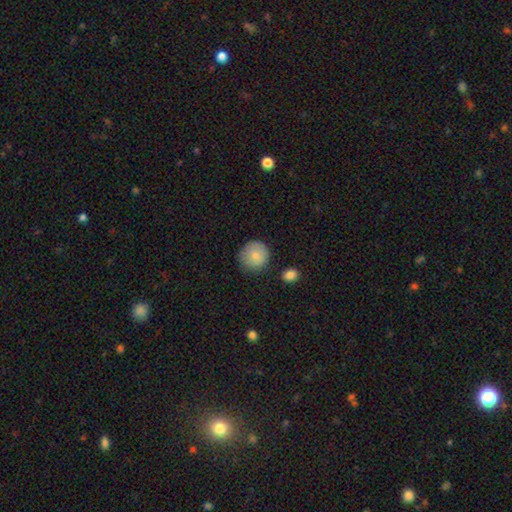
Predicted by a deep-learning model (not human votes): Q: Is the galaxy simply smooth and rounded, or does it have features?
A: smooth — 82%.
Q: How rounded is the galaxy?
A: round — 91%.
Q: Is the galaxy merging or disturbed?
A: none — 75%.